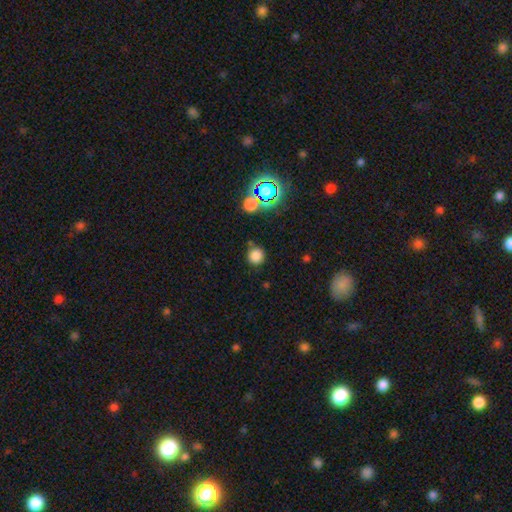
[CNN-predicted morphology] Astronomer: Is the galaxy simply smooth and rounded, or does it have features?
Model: smooth — 79%.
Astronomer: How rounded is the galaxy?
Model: round — 93%.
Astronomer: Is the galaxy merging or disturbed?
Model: none — 80%.